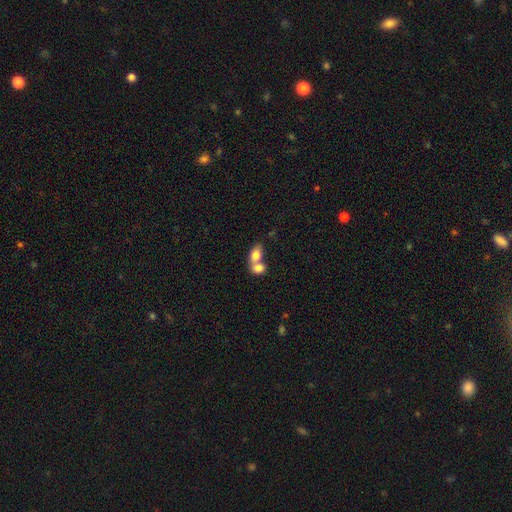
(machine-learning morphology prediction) A smooth galaxy with no disk features (78%) that is in between round and cigar-shaped (79%).

Vote fractions:
- Smooth or featured? smooth: 78% / featured or disk: 14% / star or artifact: 8%
- How rounded? in between: 79% / round: 19% / cigar-shaped: 2%
- Merging? merger: 70% / none: 21% / minor disturbance: 6% / major disturbance: 3%